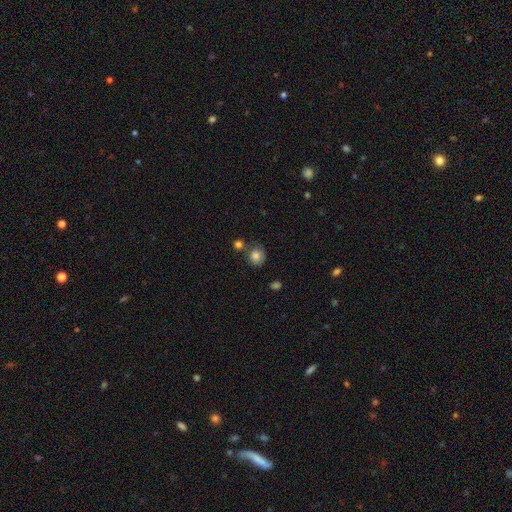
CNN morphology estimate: Overall: smooth (81%). How rounded: round (81%). Merging: none (62%).